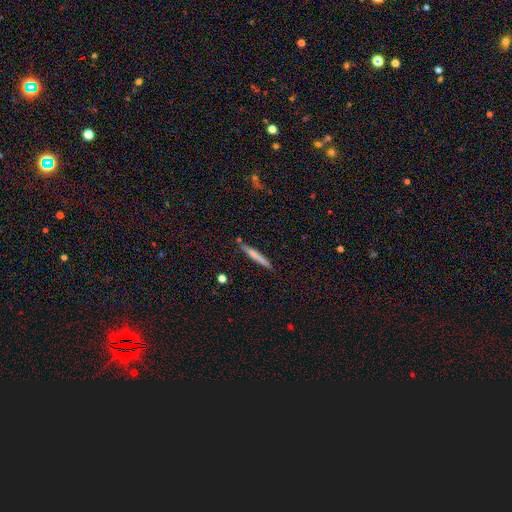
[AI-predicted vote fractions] Smooth or featured? Predicted: smooth (p=0.58). How rounded? Predicted: cigar-shaped (p=0.96). Merging? Predicted: none (p=0.86).